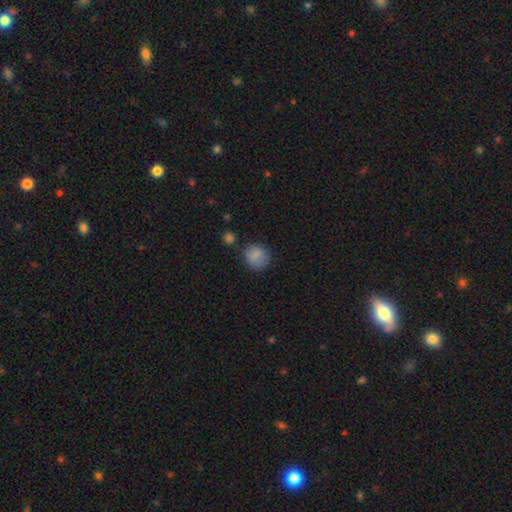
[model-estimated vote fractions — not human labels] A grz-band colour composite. It shows a smooth galaxy with no disk features (84%) that is round (81%). Merging: none (76%).